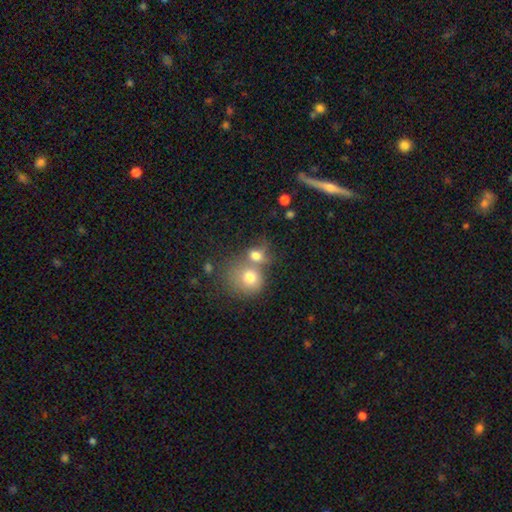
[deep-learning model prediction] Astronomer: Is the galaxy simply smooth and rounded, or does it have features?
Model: smooth — 73%.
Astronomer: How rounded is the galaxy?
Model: round — 59% (runner-up: in between, 39%).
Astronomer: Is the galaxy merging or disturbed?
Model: merger — 57%.